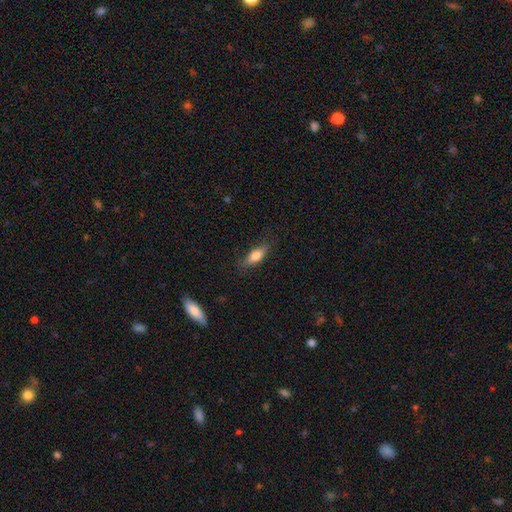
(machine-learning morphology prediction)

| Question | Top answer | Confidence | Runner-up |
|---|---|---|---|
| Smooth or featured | smooth | 74% | featured or disk (19%) |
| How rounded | in between | 62% | cigar-shaped (35%) |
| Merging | none | 81% | minor disturbance (14%) |